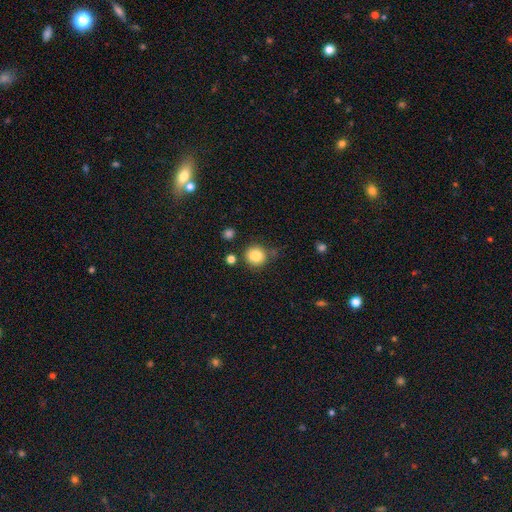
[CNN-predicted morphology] smooth_or_featured: smooth (p=0.85) [alt: star or artifact p=0.10]
how_rounded: round (p=0.91) [alt: in between p=0.08]
merging: none (p=0.76) [alt: minor disturbance p=0.13]